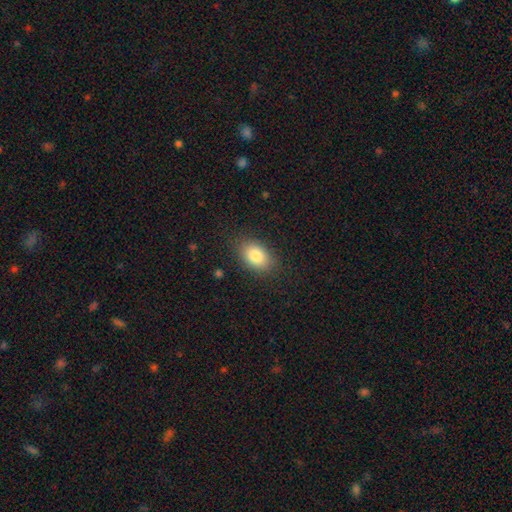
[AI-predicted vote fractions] smooth_or_featured: smooth (p=0.85) [alt: star or artifact p=0.08]
how_rounded: in between (p=0.85) [alt: round p=0.13]
merging: none (p=0.85) [alt: minor disturbance p=0.11]